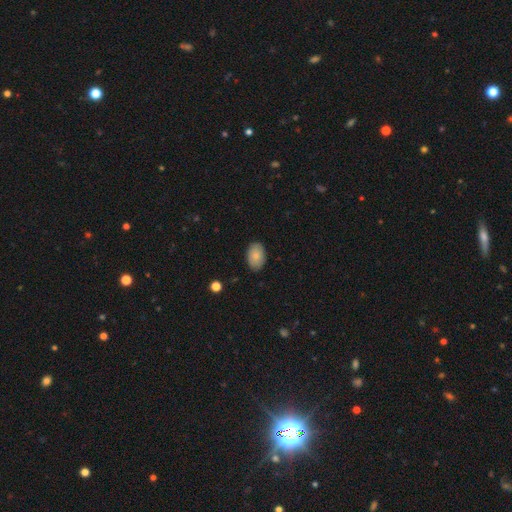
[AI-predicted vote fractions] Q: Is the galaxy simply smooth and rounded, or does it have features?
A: smooth — 85%.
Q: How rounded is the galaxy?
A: in between — 89%.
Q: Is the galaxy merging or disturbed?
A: none — 87%.